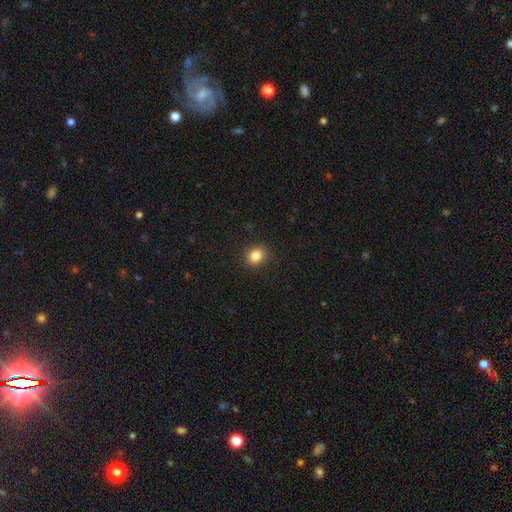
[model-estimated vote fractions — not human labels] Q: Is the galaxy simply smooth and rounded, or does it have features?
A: smooth — 84%.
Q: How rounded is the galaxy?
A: round — 66%.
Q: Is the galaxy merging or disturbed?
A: none — 91%.